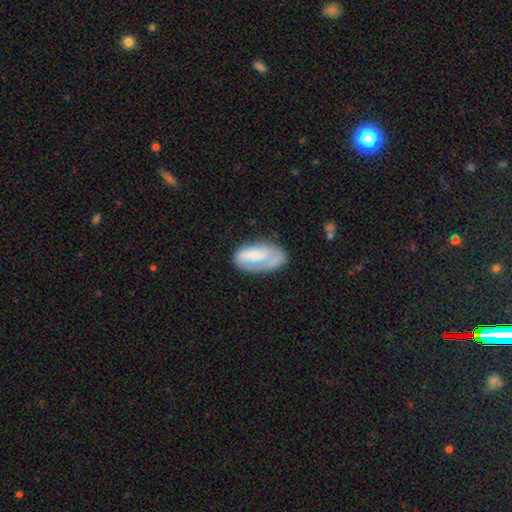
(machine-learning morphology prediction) Smooth or featured? Predicted: smooth (p=0.59). How rounded? Predicted: in between (p=0.92). Merging? Predicted: none (p=0.54).